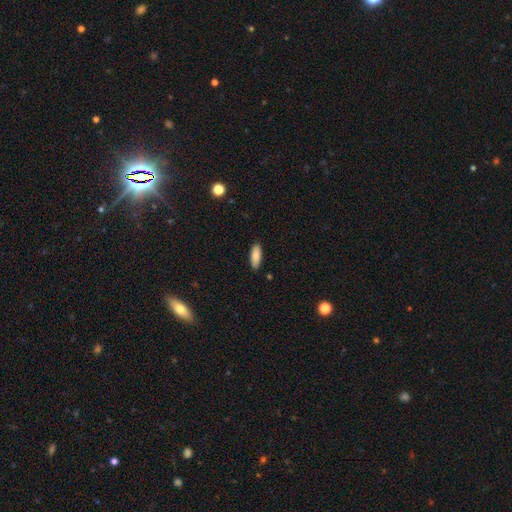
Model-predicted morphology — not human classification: A smooth galaxy with no disk features (87%) that is in between round and cigar-shaped (68%).

Vote fractions:
- Smooth or featured? smooth: 87% / star or artifact: 6% / featured or disk: 6%
- How rounded? in between: 68% / cigar-shaped: 30% / round: 2%
- Merging? none: 89% / minor disturbance: 8% / major disturbance: 2% / merger: 1%